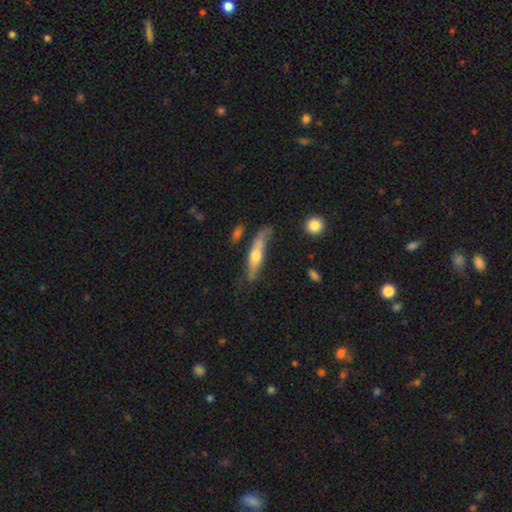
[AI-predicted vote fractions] featured or disk 49%, smooth 45%, star or artifact 6%. Down the decision tree: merging — none (57%).